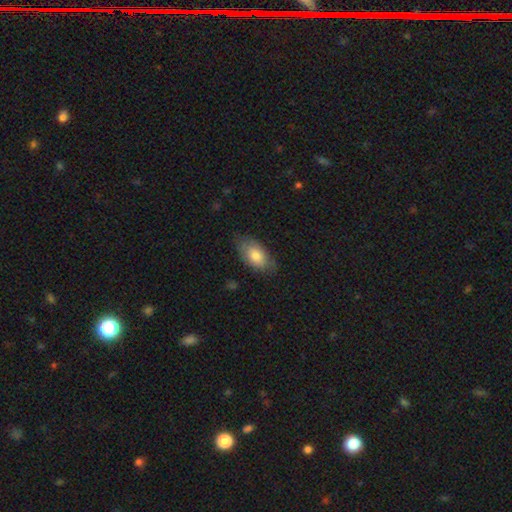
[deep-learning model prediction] A smooth galaxy with no disk features (78%) that is in between round and cigar-shaped (93%). Merging: none (75%).